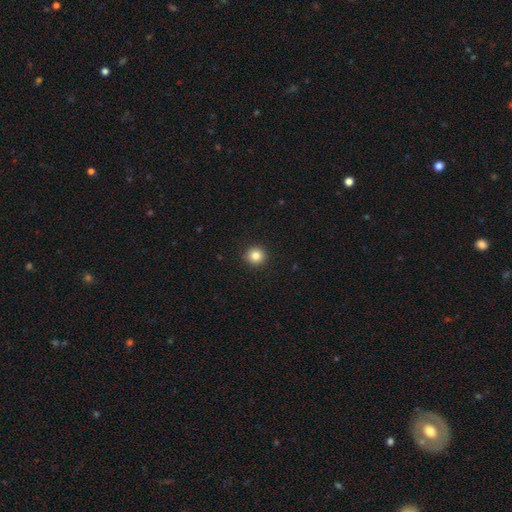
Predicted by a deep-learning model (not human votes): Smooth or featured? smooth (84%)
How rounded? round (93%)
Merging? none (93%)